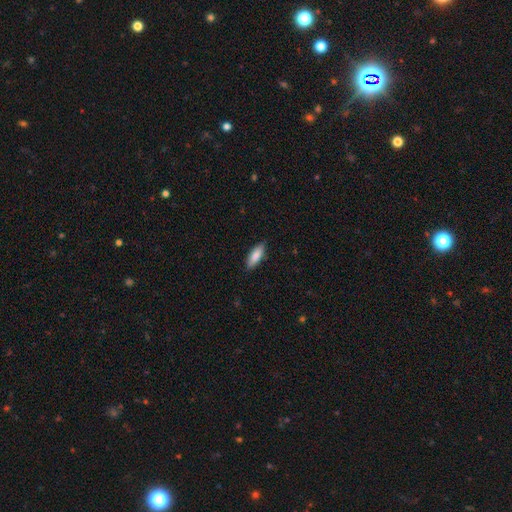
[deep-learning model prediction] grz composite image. It shows a smooth galaxy with no disk features (83%) that is in between round and cigar-shaped (63%). Merging: none (87%).